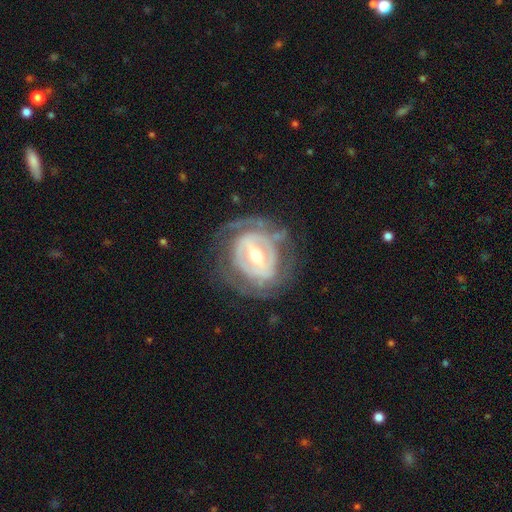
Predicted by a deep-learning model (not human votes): Morphology: type=featured or disk (83%); edge-on=no (95%); bar=strong (44%); spiral arms=yes (74%); winding=tight (67%); arm count=can't tell (39%); bulge=moderate (63%); merging=none (68%).